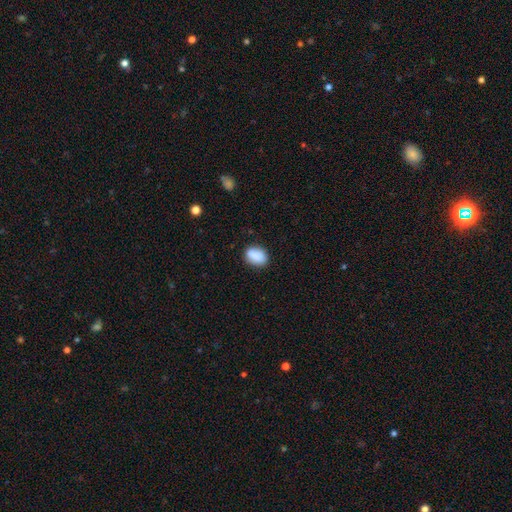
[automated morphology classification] type=smooth (88%); roundness=in between (77%); merging=none (84%).